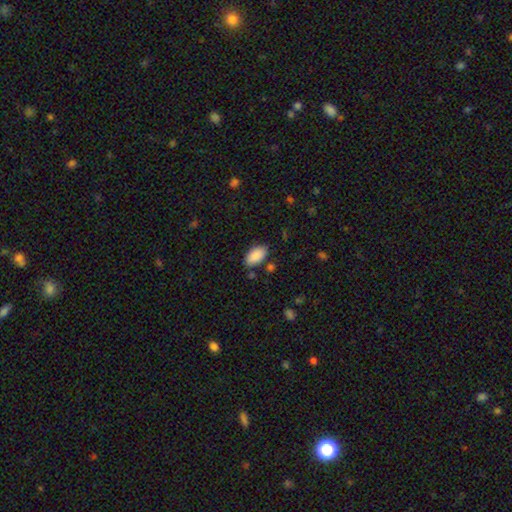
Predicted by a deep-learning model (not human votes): smooth 89%, star or artifact 6%, featured or disk 4%. Down the decision tree: how rounded — in between (95%); merging — none (82%).